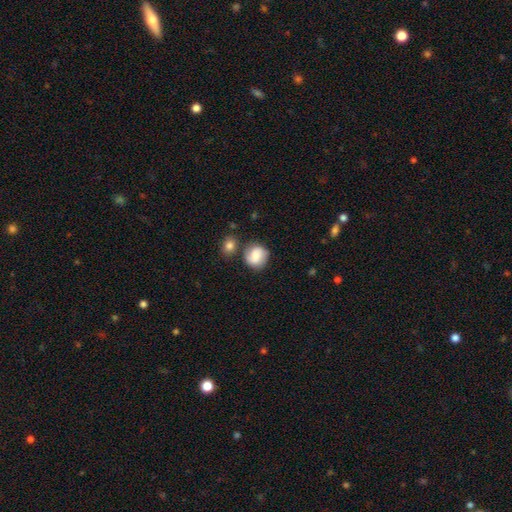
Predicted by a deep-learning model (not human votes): smooth 74%, featured or disk 18%, star or artifact 8%. Down the decision tree: how rounded — round (80%); merging — none (66%).